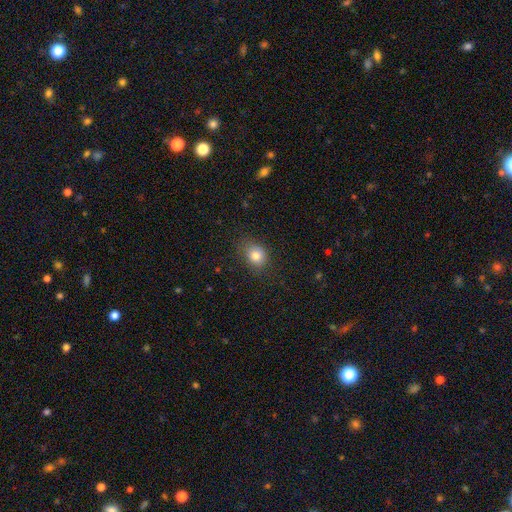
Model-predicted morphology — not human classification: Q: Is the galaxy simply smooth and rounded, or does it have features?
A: smooth — 80%.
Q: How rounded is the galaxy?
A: round — 50%.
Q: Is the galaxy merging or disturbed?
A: none — 74%.